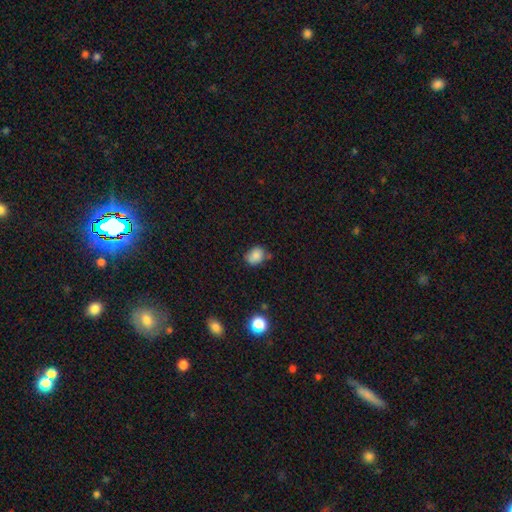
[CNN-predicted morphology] Smooth or featured?
  - smooth: 83% *
  - star or artifact: 10%
  - featured or disk: 7%
How rounded?
  - in between: 55% *
  - round: 44%
  - cigar-shaped: 1%
Merging?
  - none: 65% *
  - minor disturbance: 24%
  - merger: 6%
  - major disturbance: 5%